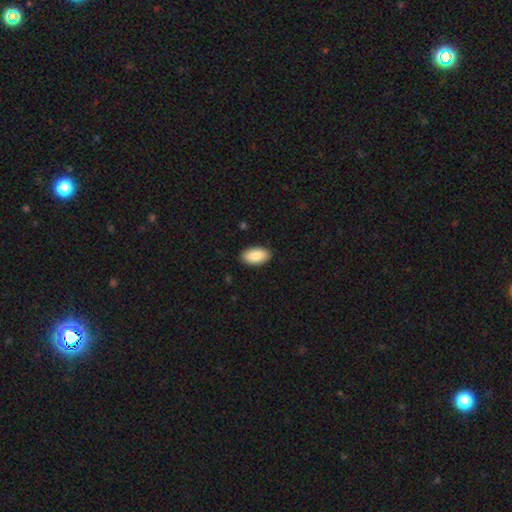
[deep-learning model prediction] Smooth or featured? Predicted: smooth (p=0.89). How rounded? Predicted: in between (p=0.95). Merging? Predicted: none (p=0.89).